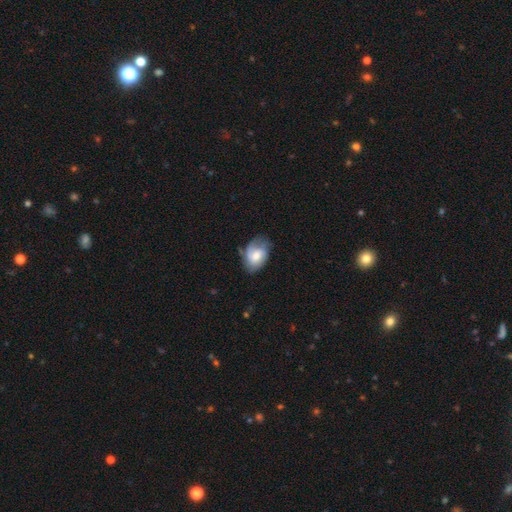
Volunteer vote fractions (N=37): smooth-or-featured: smooth: 54% | featured or disk: 43% | star or artifact: 3%
  how-rounded: in between: 100% | round: 0% | cigar-shaped: 0%
  merging: minor disturbance: 47% | none: 44% | major disturbance: 8% | merger: 0%